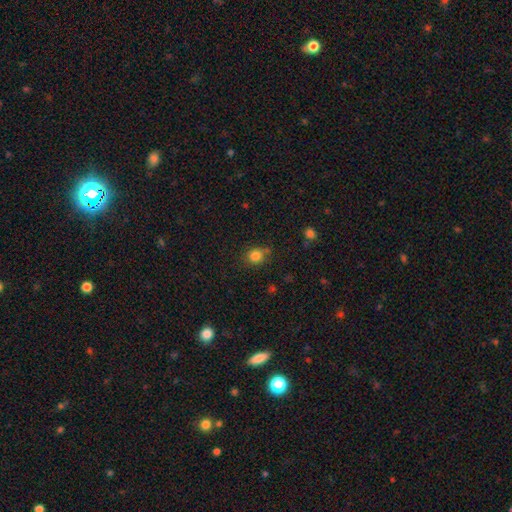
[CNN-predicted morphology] smooth-or-featured: smooth: 83% | star or artifact: 12% | featured or disk: 5%
  how-rounded: round: 80% | in between: 19% | cigar-shaped: 1%
  merging: none: 75% | minor disturbance: 15% | merger: 6% | major disturbance: 4%